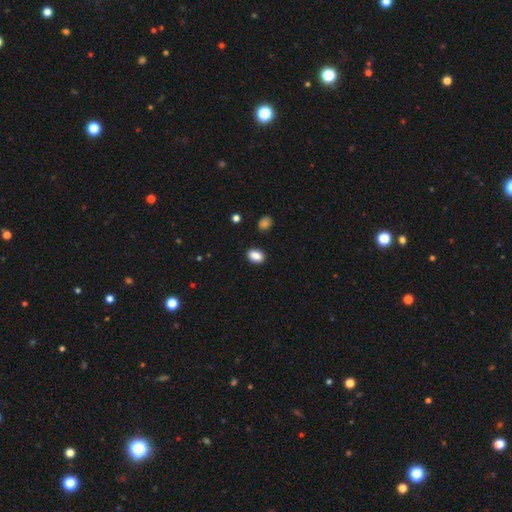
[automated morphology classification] Overall: smooth (88%). How rounded: in between (80%). Merging: none (89%).